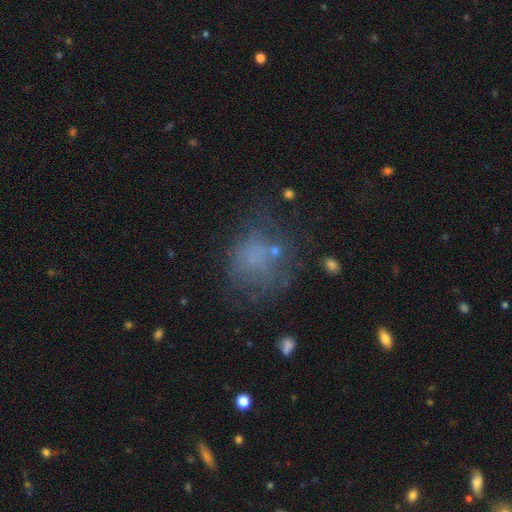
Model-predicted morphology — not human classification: The model was most divided on "smooth or featured": smooth: 52%, featured or disk: 27%, star or artifact: 20%. More confident: how rounded — round (66%); merging — none (50%).